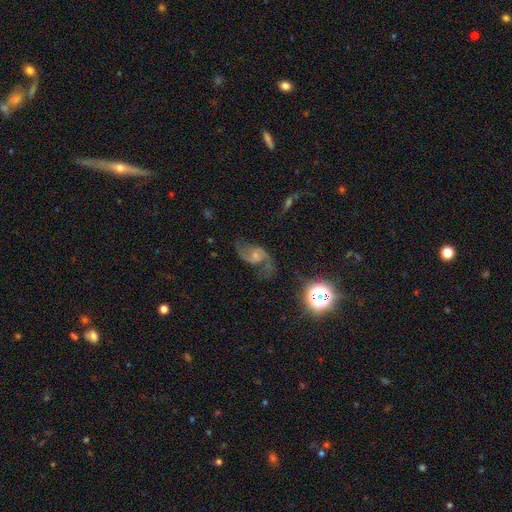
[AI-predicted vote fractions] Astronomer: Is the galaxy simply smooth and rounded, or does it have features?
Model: featured or disk — 80%.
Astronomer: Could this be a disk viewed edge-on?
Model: no — 97%.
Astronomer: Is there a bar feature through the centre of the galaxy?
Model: no — 59%.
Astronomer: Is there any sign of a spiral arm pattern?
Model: yes — 95%.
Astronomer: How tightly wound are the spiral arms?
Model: loose — 60%.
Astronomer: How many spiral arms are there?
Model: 2 — 91%.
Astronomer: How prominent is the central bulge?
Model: small — 53% (runner-up: moderate, 38%).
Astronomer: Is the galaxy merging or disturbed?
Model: none — 66%.